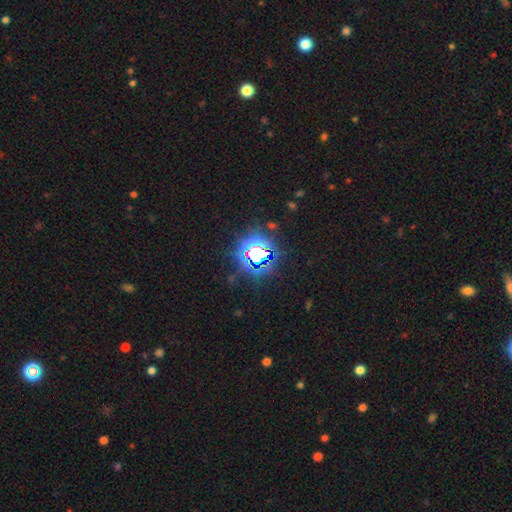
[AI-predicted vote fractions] The model was most divided on "smooth or featured": star or artifact: 76%, smooth: 14%, featured or disk: 10%.